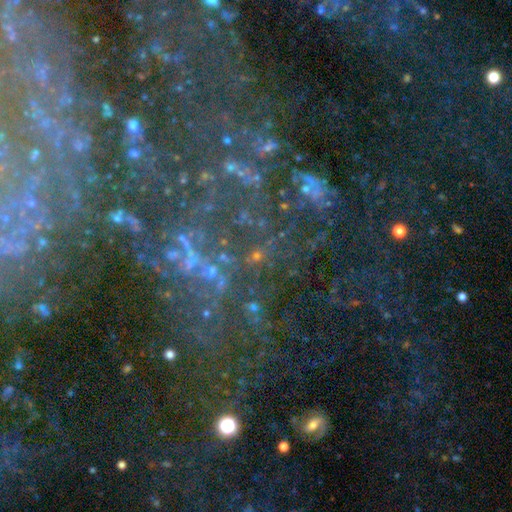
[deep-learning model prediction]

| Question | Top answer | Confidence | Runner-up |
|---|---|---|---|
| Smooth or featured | star or artifact | 55% | featured or disk (31%) |